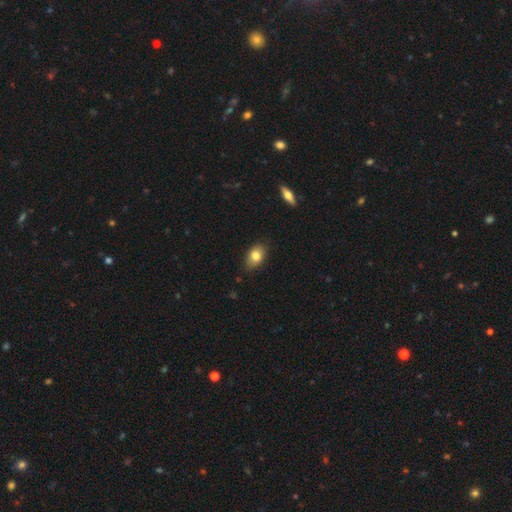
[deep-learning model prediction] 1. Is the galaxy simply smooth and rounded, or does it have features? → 81% smooth, 11% featured or disk, 8% star or artifact.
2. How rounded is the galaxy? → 84% in between, 14% round, 2% cigar-shaped.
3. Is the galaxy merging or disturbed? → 80% none, 17% minor disturbance, 2% major disturbance, 1% merger.